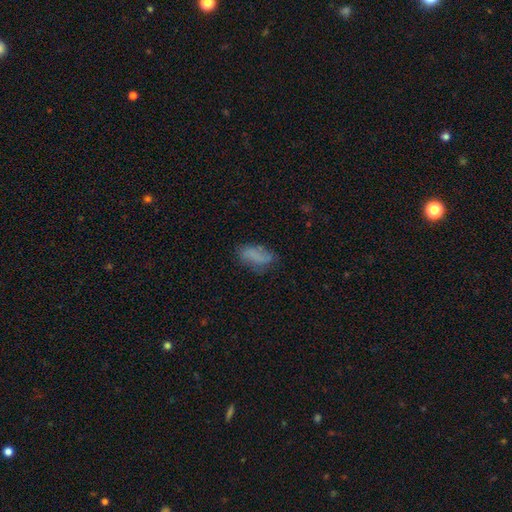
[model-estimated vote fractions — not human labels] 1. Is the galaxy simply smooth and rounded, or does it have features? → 72% smooth, 18% featured or disk, 11% star or artifact.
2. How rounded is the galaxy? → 86% in between, 10% cigar-shaped, 4% round.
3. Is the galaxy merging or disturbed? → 59% none, 26% minor disturbance, 12% major disturbance, 3% merger.